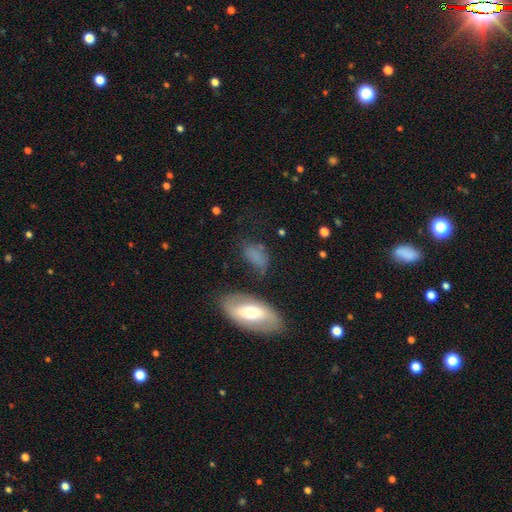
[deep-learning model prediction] Smooth or featured?
  - smooth: 67% *
  - featured or disk: 21%
  - star or artifact: 12%
How rounded?
  - in between: 85% *
  - round: 10%
  - cigar-shaped: 5%
Merging?
  - none: 52% *
  - minor disturbance: 24%
  - major disturbance: 15%
  - merger: 9%